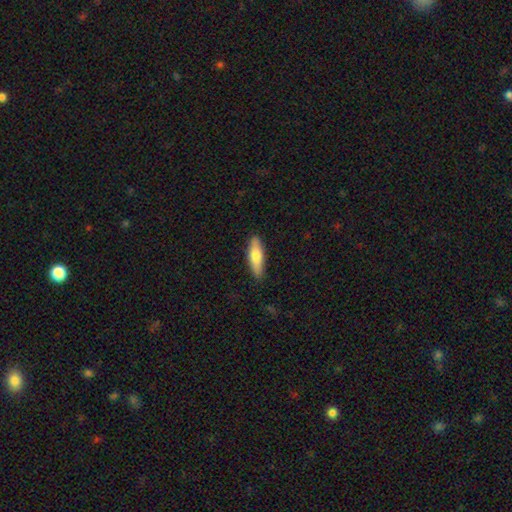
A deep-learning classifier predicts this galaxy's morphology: type=smooth (71%); roundness=cigar-shaped (53%); merging=none (87%).